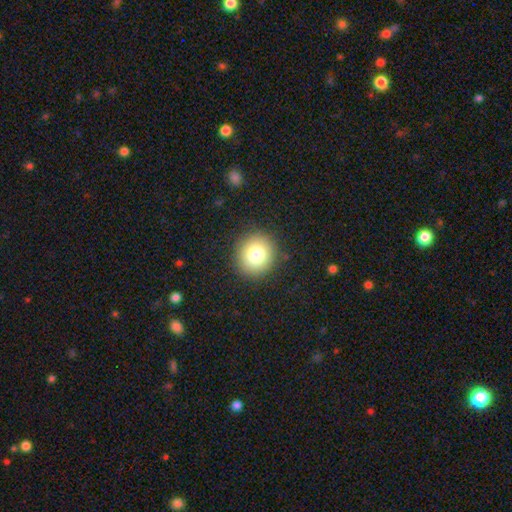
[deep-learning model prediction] Smooth or featured? Predicted: smooth (p=0.80). How rounded? Predicted: round (p=0.84). Merging? Predicted: none (p=0.91).